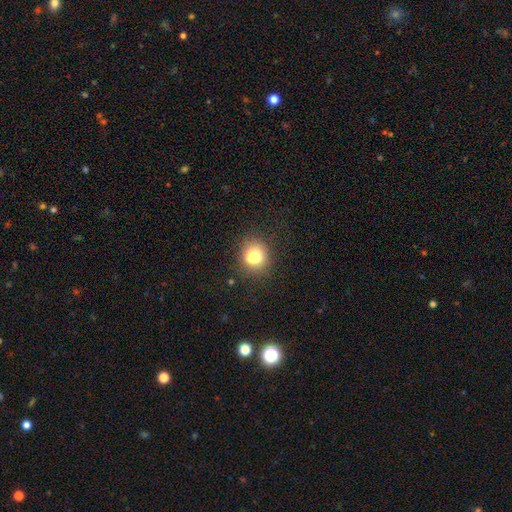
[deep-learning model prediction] A smooth galaxy with no disk features (74%) that is round (77%). Merging: none (78%).